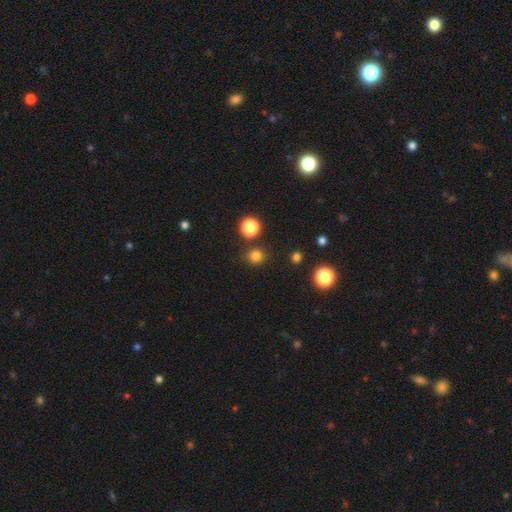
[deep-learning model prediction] The model was most divided on "smooth or featured": smooth: 79%, star or artifact: 17%, featured or disk: 4%. More confident: how rounded — round (90%); merging — none (85%).